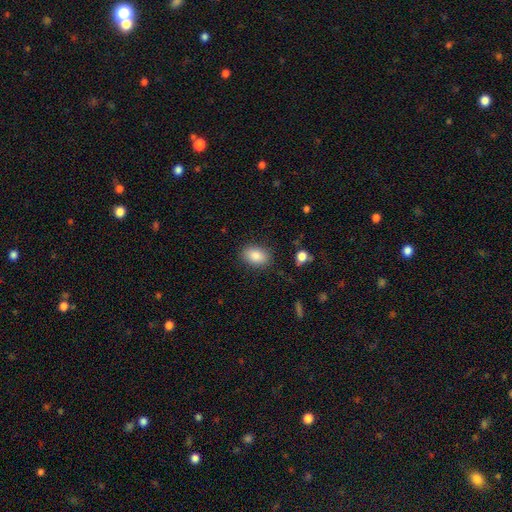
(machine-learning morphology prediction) smooth-or-featured: smooth: 87% | star or artifact: 8% | featured or disk: 5%
  how-rounded: in between: 81% | round: 17% | cigar-shaped: 1%
  merging: none: 85% | minor disturbance: 10% | major disturbance: 3% | merger: 1%